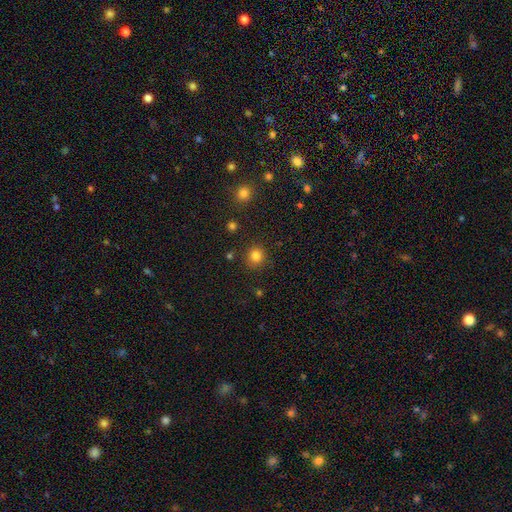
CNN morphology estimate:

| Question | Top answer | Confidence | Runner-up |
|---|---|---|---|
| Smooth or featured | smooth | 83% | star or artifact (13%) |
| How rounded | round | 89% | in between (11%) |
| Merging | none | 87% | minor disturbance (8%) |